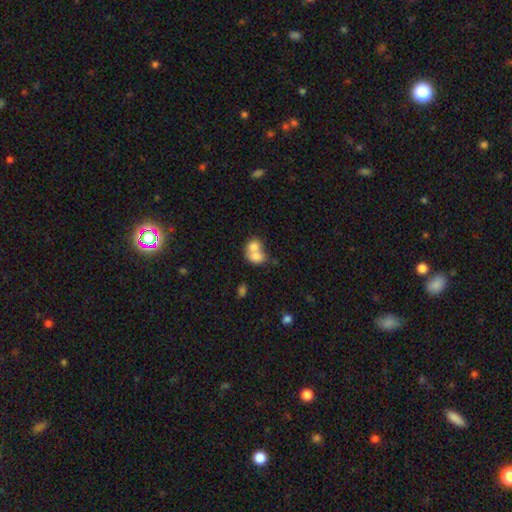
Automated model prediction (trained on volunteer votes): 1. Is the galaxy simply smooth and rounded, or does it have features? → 73% smooth, 19% featured or disk, 8% star or artifact.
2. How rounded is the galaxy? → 56% in between, 43% round, 1% cigar-shaped.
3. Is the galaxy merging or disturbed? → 73% merger, 18% none, 6% minor disturbance, 4% major disturbance.